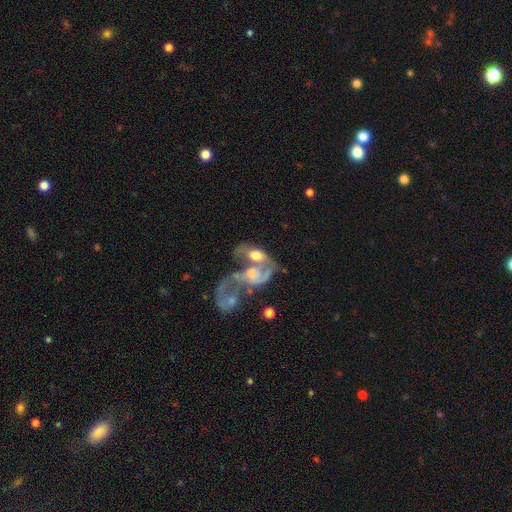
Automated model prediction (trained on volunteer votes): This is possibly a featured or disk galaxy (58%). It is clearly not viewed edge-on (95%). Bar: likely no (74%). Spiral arm pattern: possibly yes (55%). Central bulge: marginally moderate (42%). Merging: likely merger (72%).